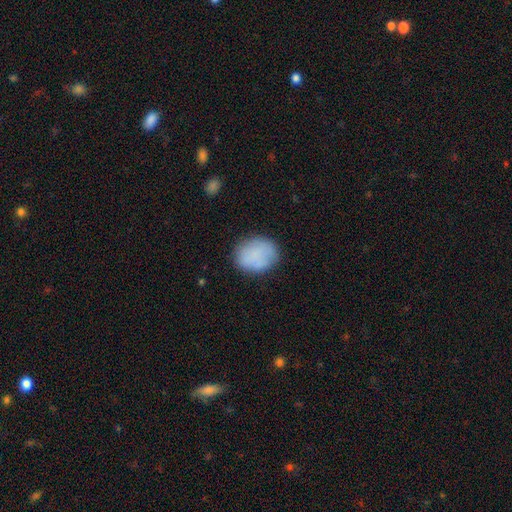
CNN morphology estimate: type=smooth (83%); roundness=round (55%); merging=none (76%).